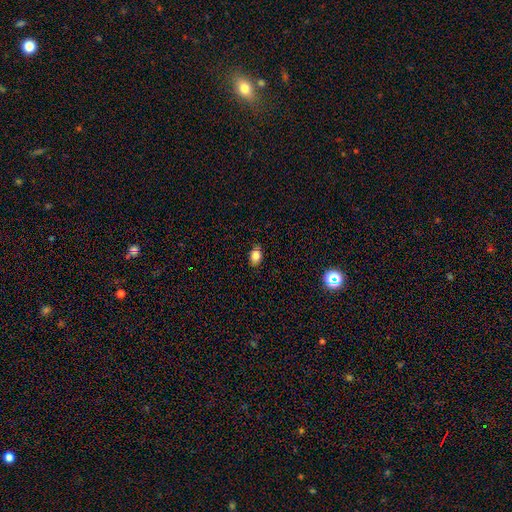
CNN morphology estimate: The model was most divided on "how rounded": in between: 77%, round: 21%, cigar-shaped: 1%. More confident: smooth or featured — smooth (83%); merging — none (83%).